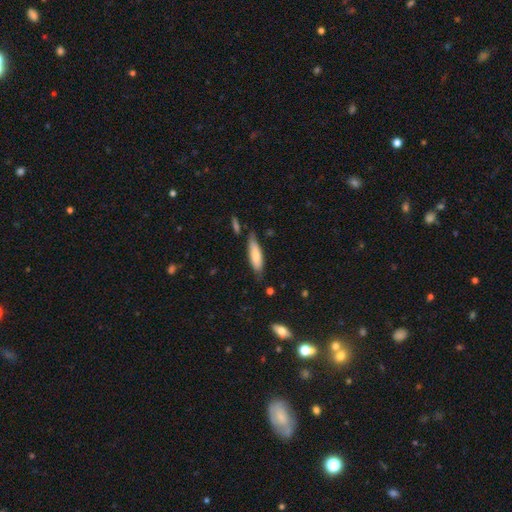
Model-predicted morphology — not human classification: Smooth or featured: smooth — 75% (featured or disk — 20%)
How rounded: cigar-shaped — 60% (in between — 38%)
Merging: none — 67% (minor disturbance — 24%)